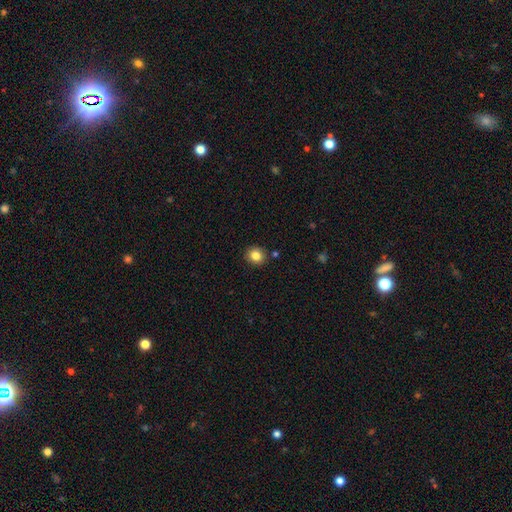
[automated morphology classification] Smooth or featured?
  - smooth: 84% *
  - star or artifact: 10%
  - featured or disk: 6%
How rounded?
  - round: 83% *
  - in between: 16%
  - cigar-shaped: 1%
Merging?
  - none: 89% *
  - minor disturbance: 7%
  - merger: 3%
  - major disturbance: 2%